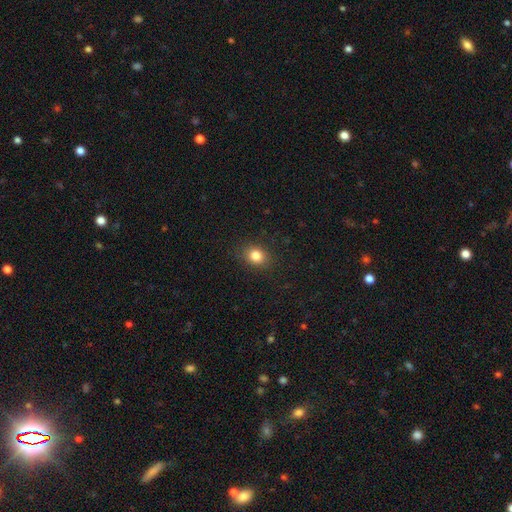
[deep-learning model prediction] The model was most divided on "how rounded": round: 55%, in between: 44%, cigar-shaped: 1%. More confident: merging — none (88%); smooth or featured — smooth (82%).